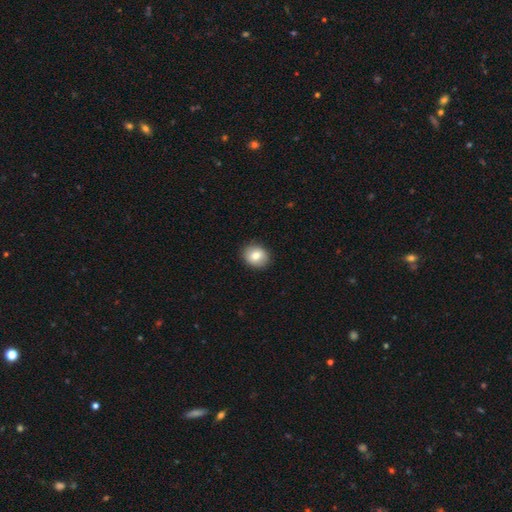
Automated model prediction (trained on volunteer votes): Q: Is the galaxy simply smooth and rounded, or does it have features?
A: smooth — 78%.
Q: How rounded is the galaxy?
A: round — 68%.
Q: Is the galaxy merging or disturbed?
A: none — 89%.